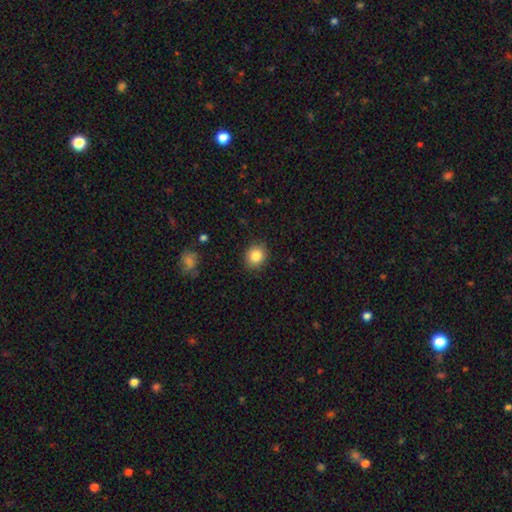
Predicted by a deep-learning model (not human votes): Smooth or featured: smooth — 85% (star or artifact — 9%)
How rounded: round — 73% (in between — 26%)
Merging: none — 87% (minor disturbance — 9%)